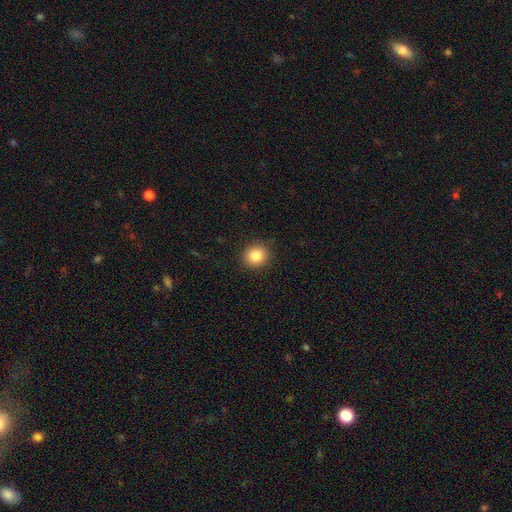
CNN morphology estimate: Overall: smooth (85%). How rounded: round (85%). Merging: none (90%).